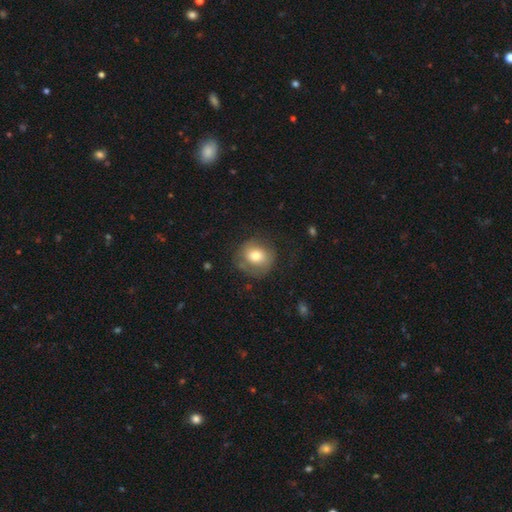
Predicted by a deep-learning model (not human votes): Morphology: type=smooth (70%); roundness=round (79%); merging=none (65%).